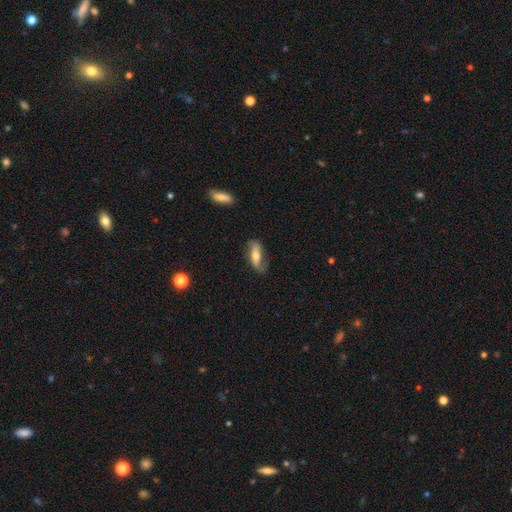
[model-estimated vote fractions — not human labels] smooth_or_featured: smooth (p=0.52) [alt: featured or disk p=0.41]
how_rounded: in between (p=0.66) [alt: cigar-shaped p=0.31]
merging: none (p=0.65) [alt: minor disturbance p=0.24]